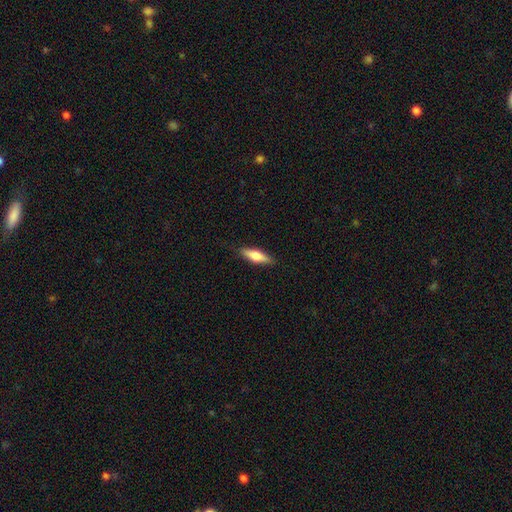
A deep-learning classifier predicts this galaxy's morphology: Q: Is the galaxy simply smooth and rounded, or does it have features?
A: smooth — 61%.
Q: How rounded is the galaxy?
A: cigar-shaped — 56%.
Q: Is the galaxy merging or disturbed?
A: none — 86%.